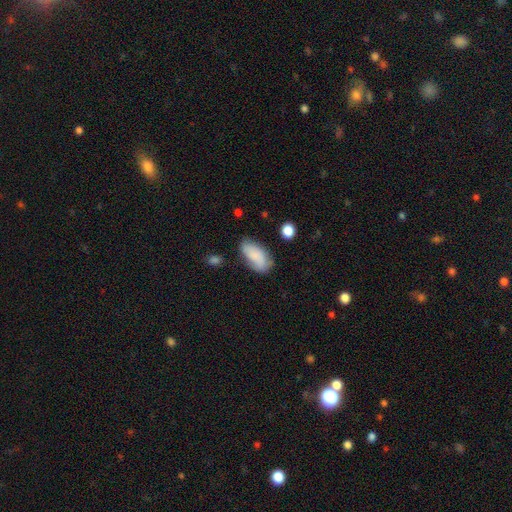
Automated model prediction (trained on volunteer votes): This is clearly a smooth galaxy (81%). How rounded: clearly in between (92%). Merging: likely none (61%).